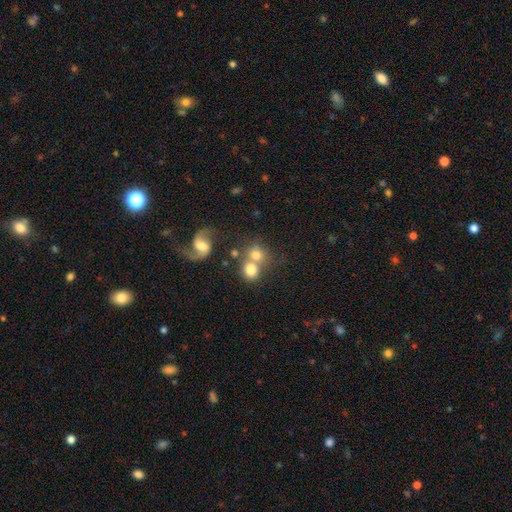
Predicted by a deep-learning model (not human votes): A smooth galaxy with no disk features (57%) that is round (80%). Merging: none (44%).